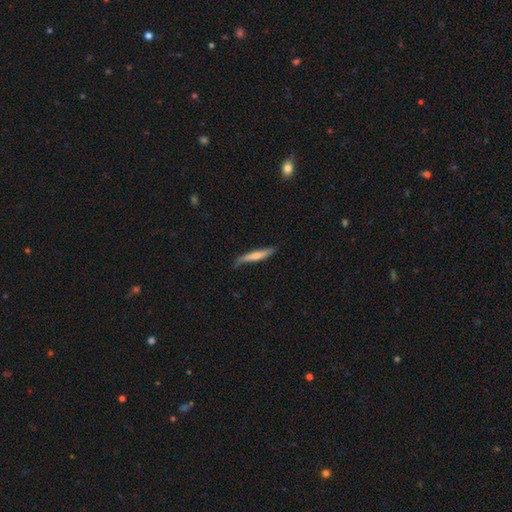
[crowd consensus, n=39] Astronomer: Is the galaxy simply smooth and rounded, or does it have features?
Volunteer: smooth — 67%.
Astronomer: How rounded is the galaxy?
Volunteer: cigar-shaped — 92%.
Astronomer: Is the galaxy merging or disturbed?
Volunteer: none — 54% (runner-up: minor disturbance, 38%).